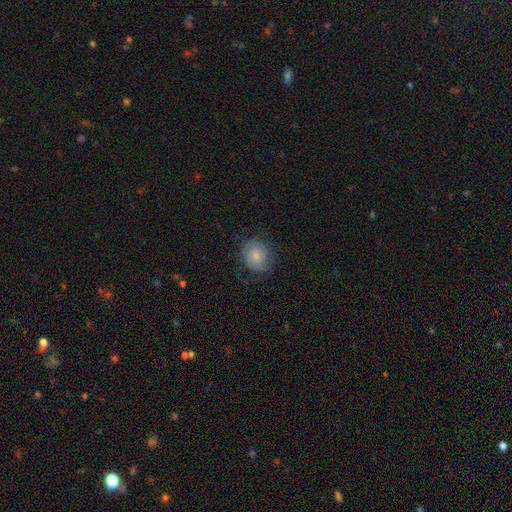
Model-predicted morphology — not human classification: Smooth or featured? Predicted: smooth (p=0.68). How rounded? Predicted: round (p=0.74). Merging? Predicted: none (p=0.71).